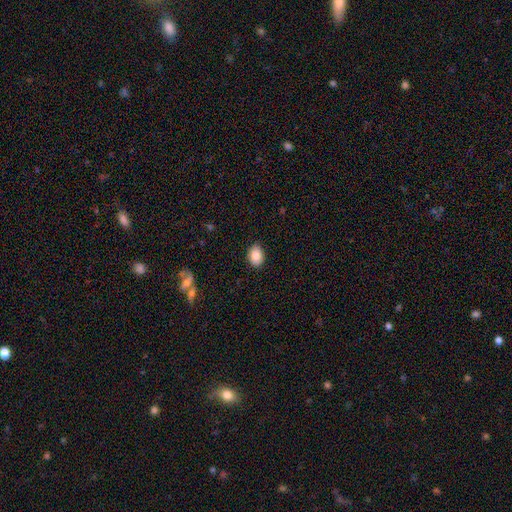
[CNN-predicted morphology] This is clearly a smooth galaxy (84%). How rounded: likely in between (74%). Merging: clearly none (87%).